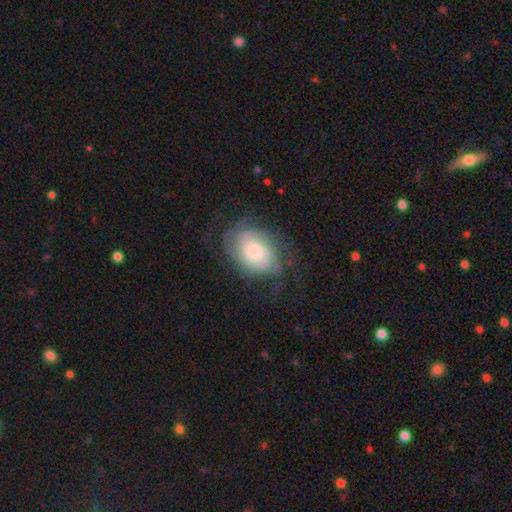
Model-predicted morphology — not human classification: Smooth or featured? Predicted: featured or disk (p=0.52). Edge-on disk? Predicted: no (p=0.96). Bar? Predicted: no (p=0.77). Spiral arms? Predicted: yes (p=0.77). Bulge size? Predicted: moderate (p=0.42). Merging? Predicted: none (p=0.54).